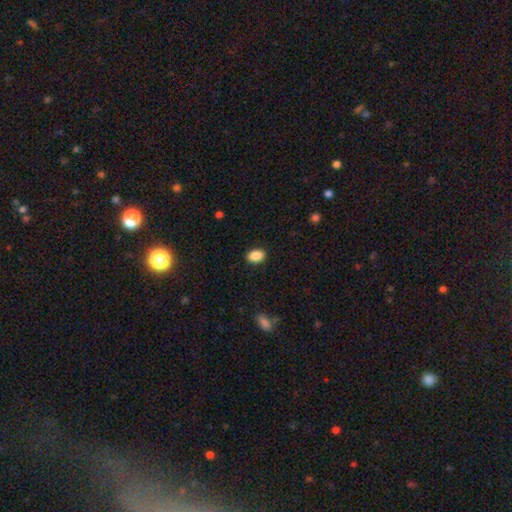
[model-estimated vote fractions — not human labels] smooth-or-featured: smooth: 89% | star or artifact: 8% | featured or disk: 4%
  how-rounded: in between: 86% | round: 13% | cigar-shaped: 1%
  merging: none: 89% | minor disturbance: 8% | major disturbance: 2% | merger: 1%